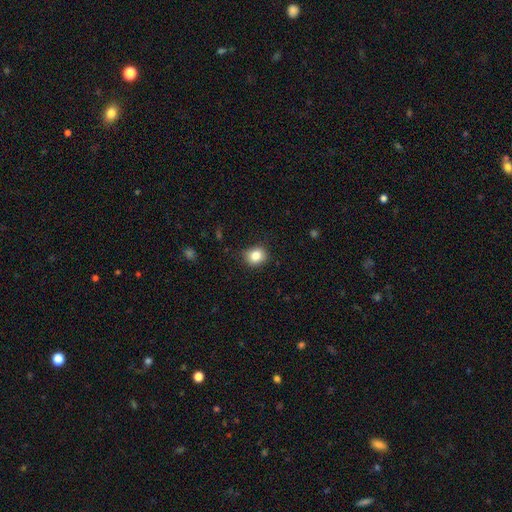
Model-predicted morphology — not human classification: type=smooth (84%); roundness=round (66%); merging=none (82%).